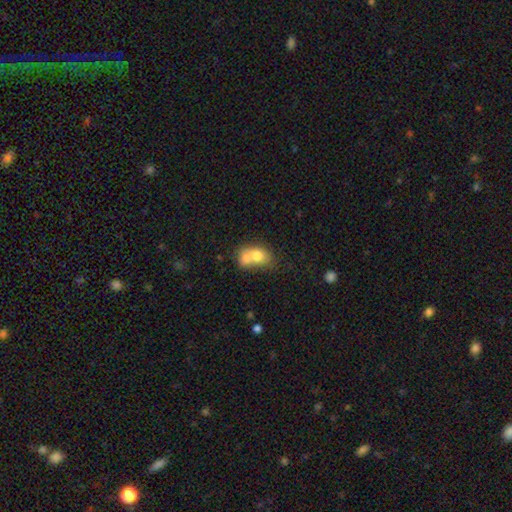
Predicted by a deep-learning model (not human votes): Smooth or featured? smooth (71%)
How rounded? in between (58%)
Merging? merger (68%)